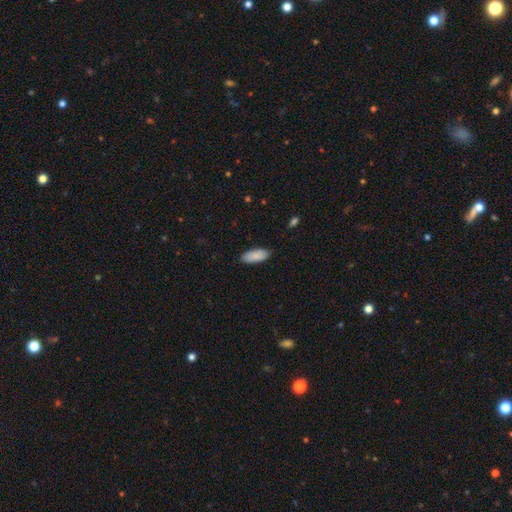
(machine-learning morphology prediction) smooth 88%, featured or disk 6%, star or artifact 6%. Down the decision tree: how rounded — in between (85%); merging — none (86%).